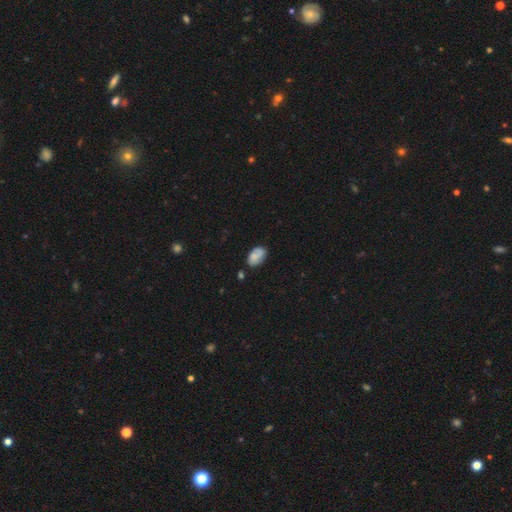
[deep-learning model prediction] Q: Smooth or featured?
A: smooth (75%); runner-up: featured or disk (17%)
Q: How rounded?
A: in between (91%); runner-up: round (8%)
Q: Merging?
A: none (65%); runner-up: minor disturbance (23%)